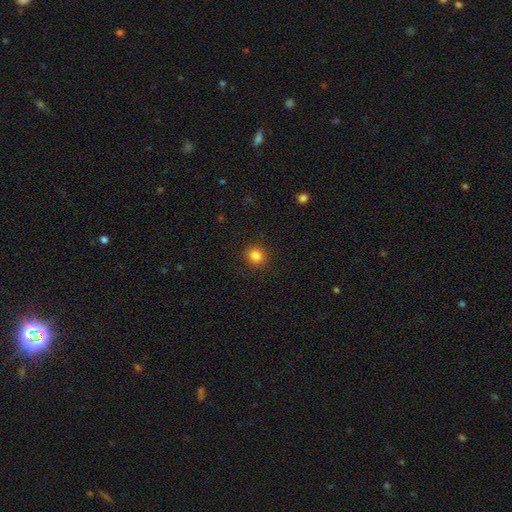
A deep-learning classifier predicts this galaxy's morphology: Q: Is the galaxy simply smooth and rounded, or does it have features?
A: smooth — 85%.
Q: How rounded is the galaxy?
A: round — 88%.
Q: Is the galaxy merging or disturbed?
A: none — 91%.